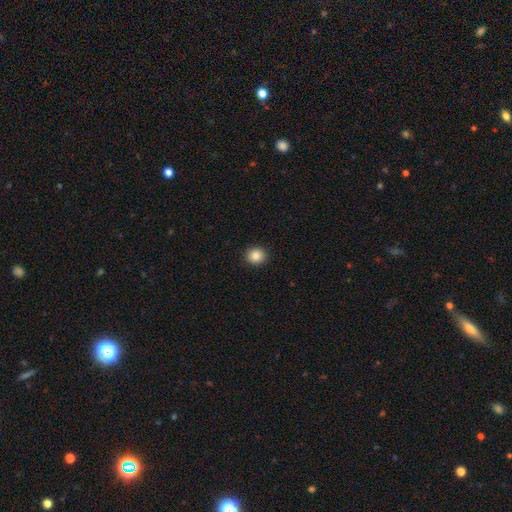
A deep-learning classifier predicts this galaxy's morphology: This is clearly a smooth galaxy (86%). How rounded: clearly round (88%). Merging: clearly none (93%).